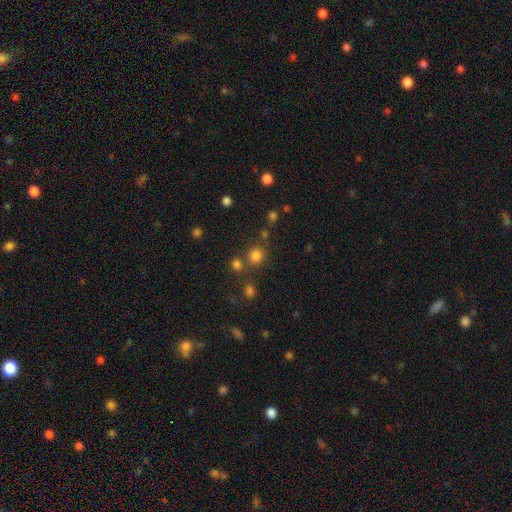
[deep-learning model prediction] smooth-or-featured: smooth: 78% | star or artifact: 17% | featured or disk: 5%
  how-rounded: round: 89% | in between: 10% | cigar-shaped: 1%
  merging: none: 73% | merger: 14% | minor disturbance: 9% | major disturbance: 4%